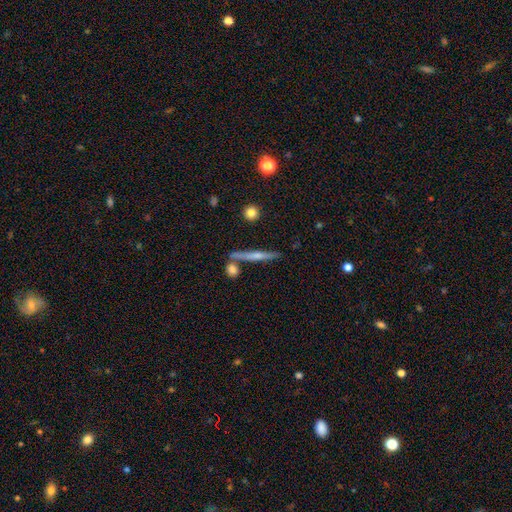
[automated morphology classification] This is possibly a featured or disk galaxy (55%). It is clearly viewed edge-on (96%). Edge-on bulge: possibly rounded (58%). Merging: likely none (77%).